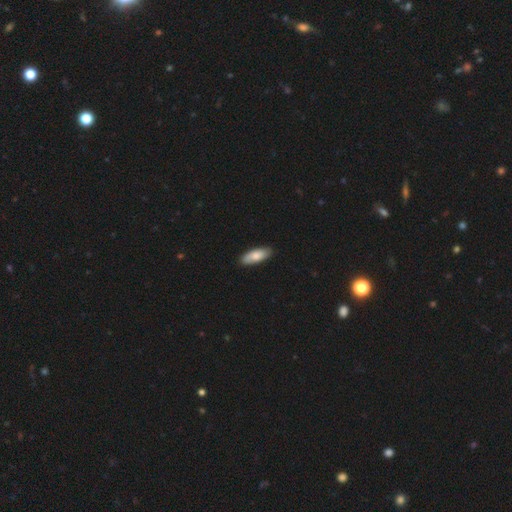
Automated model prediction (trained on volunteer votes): smooth_or_featured: smooth (p=0.79) [alt: featured or disk p=0.15]
how_rounded: in between (p=0.74) [alt: cigar-shaped p=0.24]
merging: none (p=0.87) [alt: minor disturbance p=0.10]